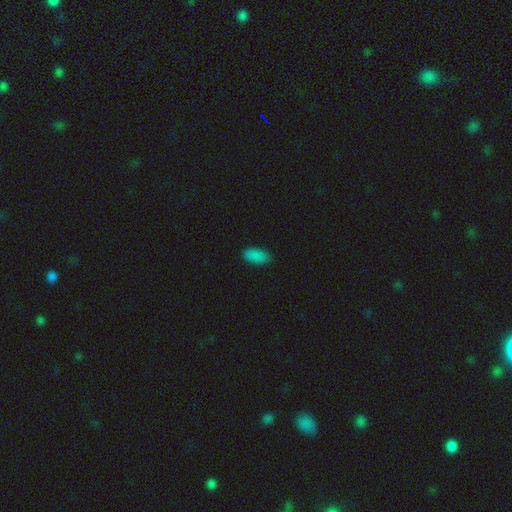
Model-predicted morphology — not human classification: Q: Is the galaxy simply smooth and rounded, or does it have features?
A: smooth — 87%.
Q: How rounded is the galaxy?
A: in between — 92%.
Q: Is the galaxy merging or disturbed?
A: none — 86%.